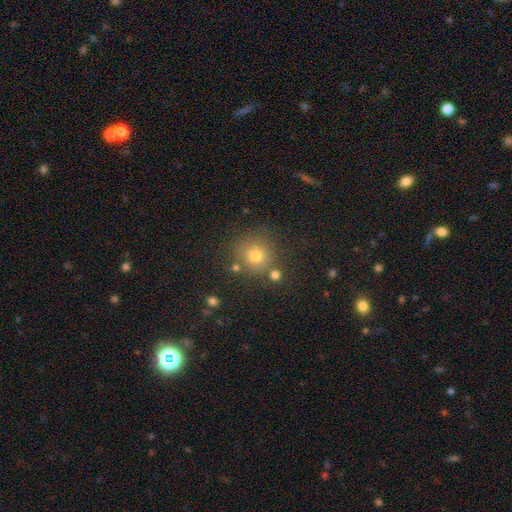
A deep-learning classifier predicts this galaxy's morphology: smooth 74%, star or artifact 16%, featured or disk 10%. Down the decision tree: how rounded — round (91%); merging — none (77%).